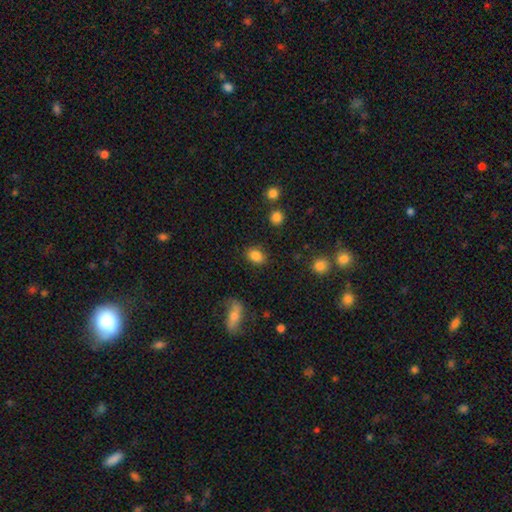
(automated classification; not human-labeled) Smooth or featured?
  - smooth: 85% *
  - star or artifact: 9%
  - featured or disk: 6%
How rounded?
  - in between: 71% *
  - round: 27%
  - cigar-shaped: 1%
Merging?
  - none: 85% *
  - minor disturbance: 10%
  - major disturbance: 3%
  - merger: 2%